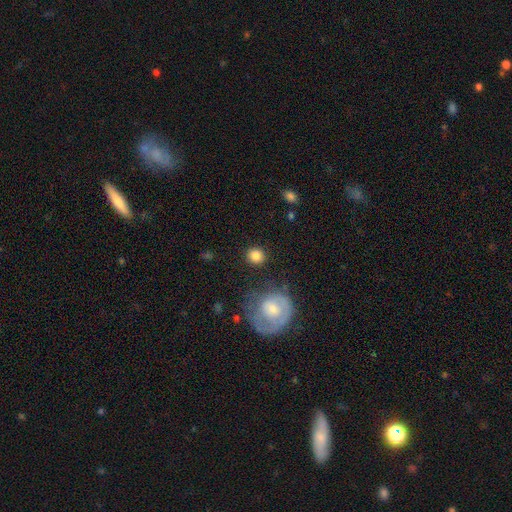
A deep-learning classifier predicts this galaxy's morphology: A smooth galaxy with no disk features (83%) that is round (89%). Merging: none (85%).